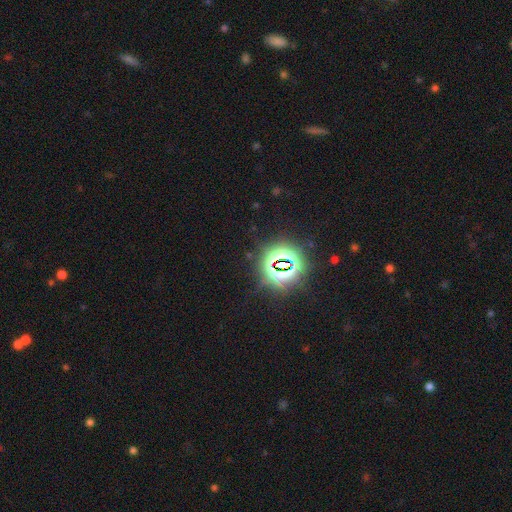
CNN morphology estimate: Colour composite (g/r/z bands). It shows a star or artifact, not a galaxy (84%).